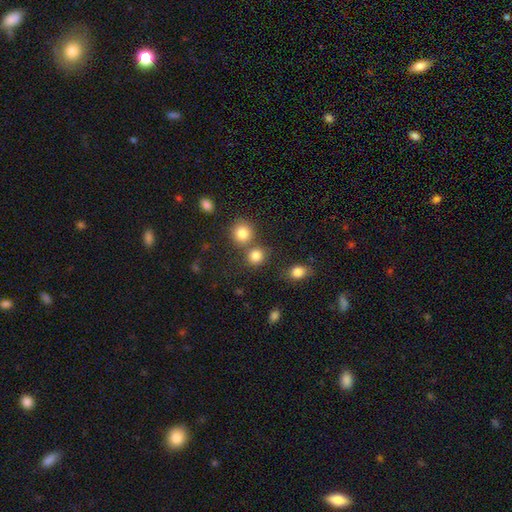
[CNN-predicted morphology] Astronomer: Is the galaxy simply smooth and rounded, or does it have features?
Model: smooth — 82%.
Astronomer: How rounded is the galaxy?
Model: round — 83%.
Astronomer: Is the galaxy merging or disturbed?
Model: none — 65%.